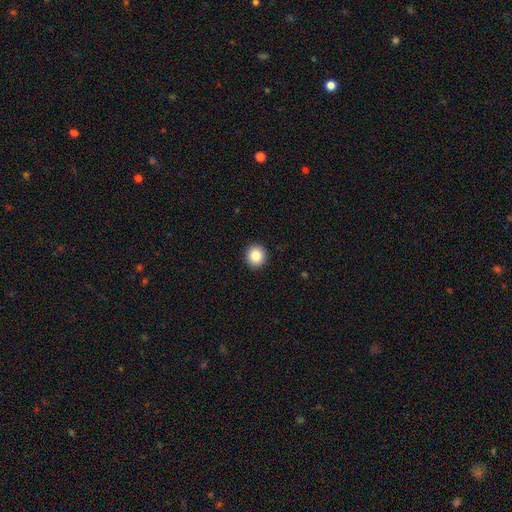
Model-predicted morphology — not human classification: This appears to be a smooth galaxy with no disk features (86%) that is round (90%). Merging: none (93%).